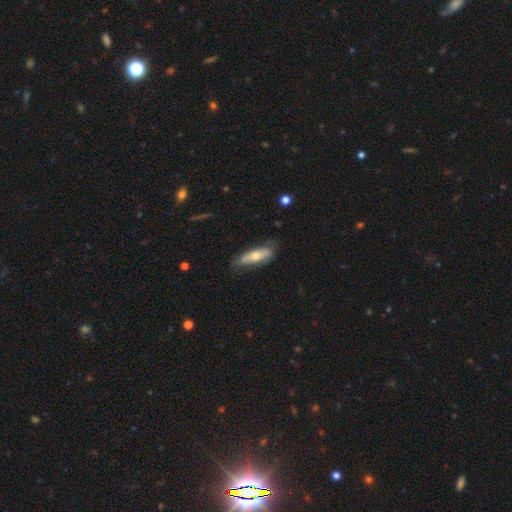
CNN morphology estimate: The model was most divided on "how rounded" (2-way tie): in between: 49%, cigar-shaped: 49%, round: 2%. More confident: merging — none (66%); smooth or featured — smooth (54%).